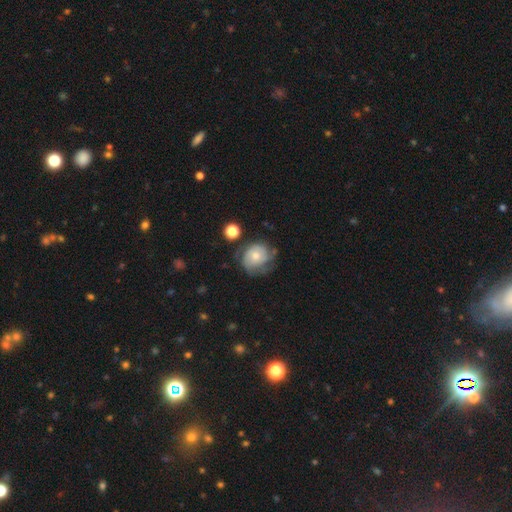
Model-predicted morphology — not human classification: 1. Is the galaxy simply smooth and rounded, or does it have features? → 51% featured or disk, 40% smooth, 8% star or artifact.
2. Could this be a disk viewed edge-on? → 97% no, 3% yes.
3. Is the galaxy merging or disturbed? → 50% none, 29% minor disturbance, 17% major disturbance, 4% merger.